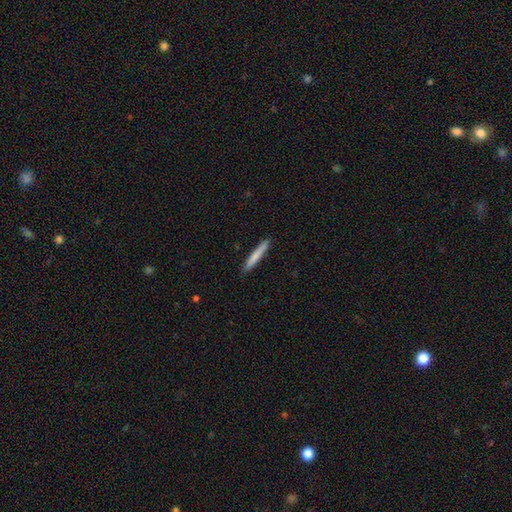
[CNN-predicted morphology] Overall: smooth (78%). How rounded: cigar-shaped (95%). Merging: none (90%).